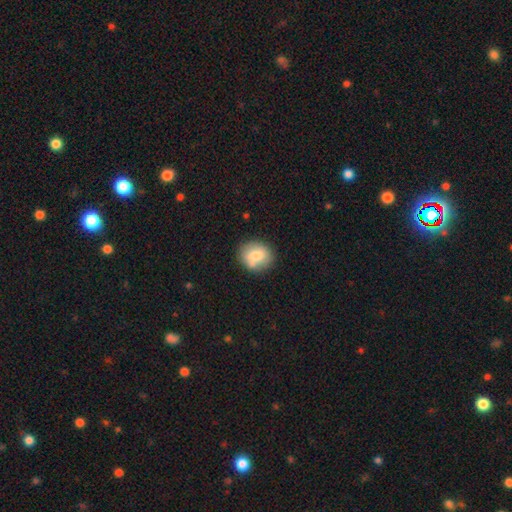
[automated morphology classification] smooth 75%, featured or disk 17%, star or artifact 8%. Down the decision tree: how rounded — round (72%); merging — none (72%).